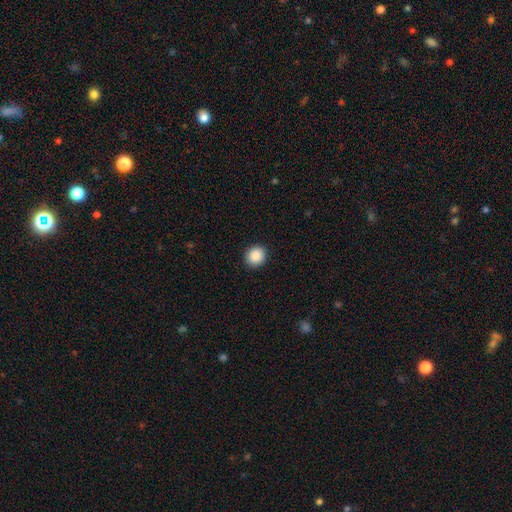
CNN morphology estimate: The model was most divided on "how rounded": round: 87%, in between: 12%, cigar-shaped: 1%. More confident: merging — none (92%); smooth or featured — smooth (88%).